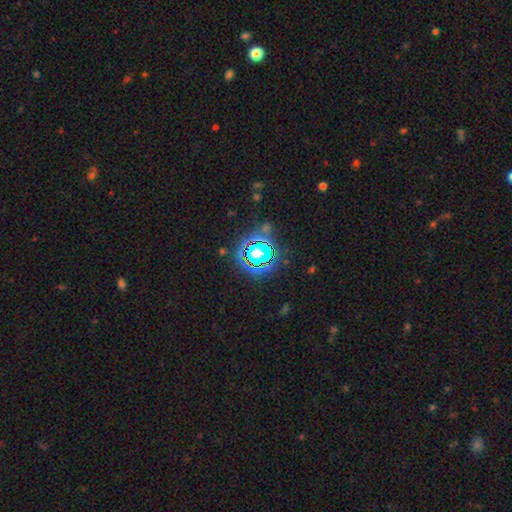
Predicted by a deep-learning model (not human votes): smooth-or-featured: star or artifact: 66% | smooth: 21% | featured or disk: 13%